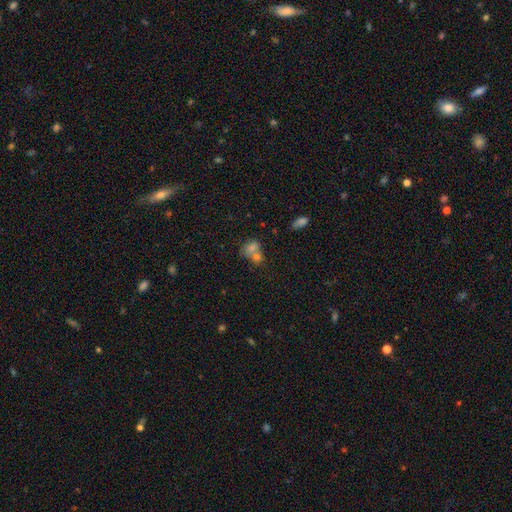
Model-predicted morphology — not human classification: Smooth or featured: smooth — 62% (star or artifact — 22%)
How rounded: round — 51% (in between — 47%)
Merging: merger — 53% (none — 34%)